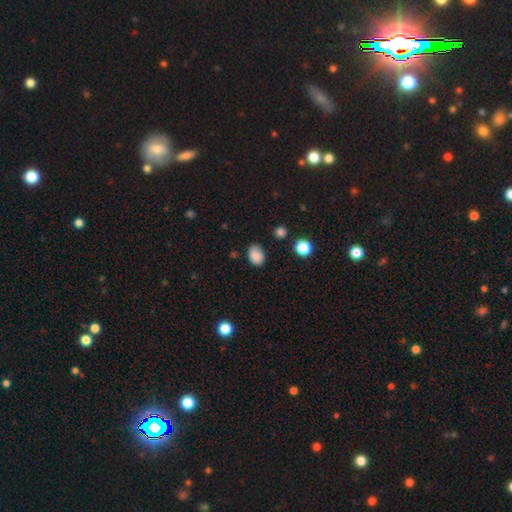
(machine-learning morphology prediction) A smooth galaxy with no disk features (87%) that is in between round and cigar-shaped (76%). Merging: none (79%).